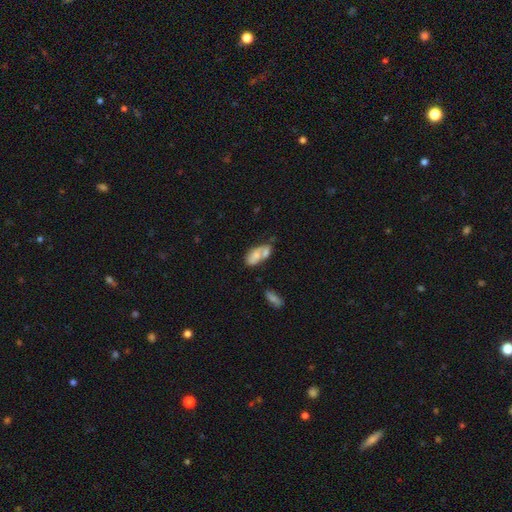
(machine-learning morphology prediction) The model was most divided on "merging": merger: 47%, none: 27%, minor disturbance: 17%, major disturbance: 10%. More confident: how rounded — in between (89%); smooth or featured — smooth (60%).